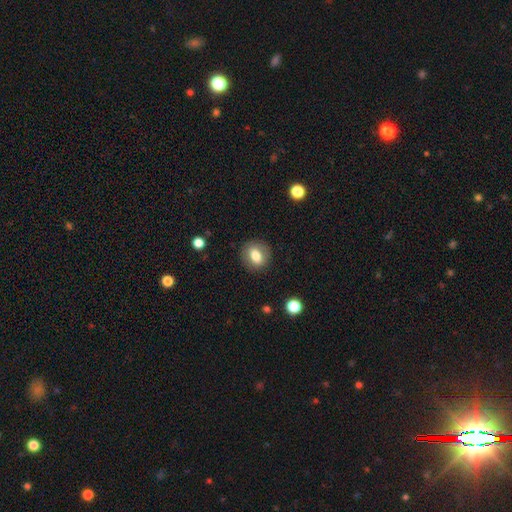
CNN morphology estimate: Overall: smooth (75%). How rounded: round (59%; in between 40%). Merging: none (86%).